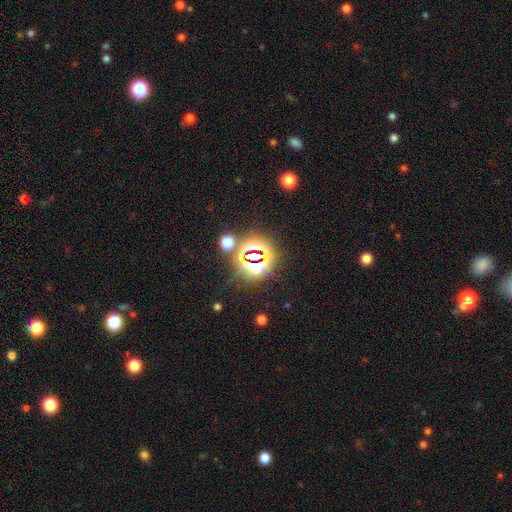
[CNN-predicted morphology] star or artifact 77%, smooth 15%, featured or disk 8%.